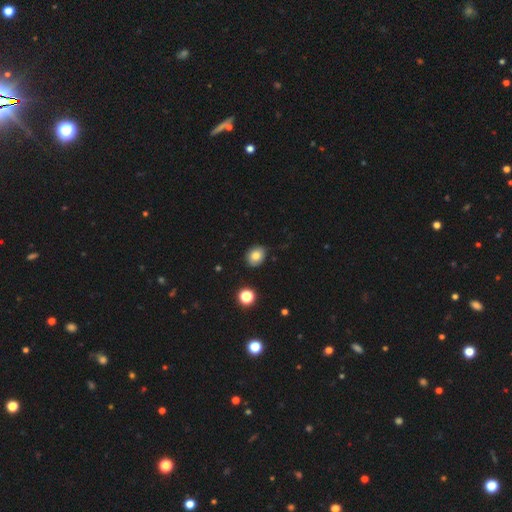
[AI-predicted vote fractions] A smooth galaxy with no disk features (82%) that is round (54%). Merging: none (84%).